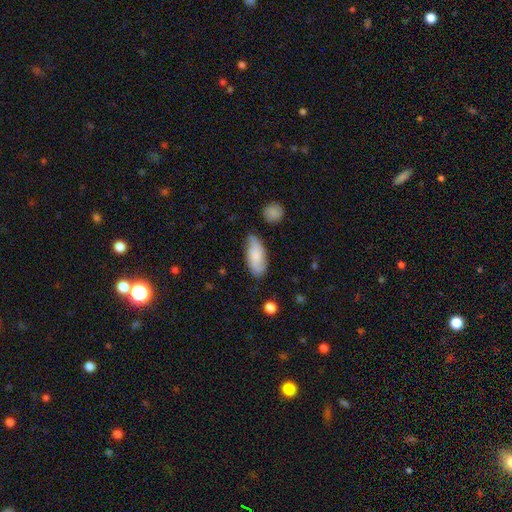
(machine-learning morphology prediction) type=smooth (67%); roundness=in between (83%); merging=none (71%).